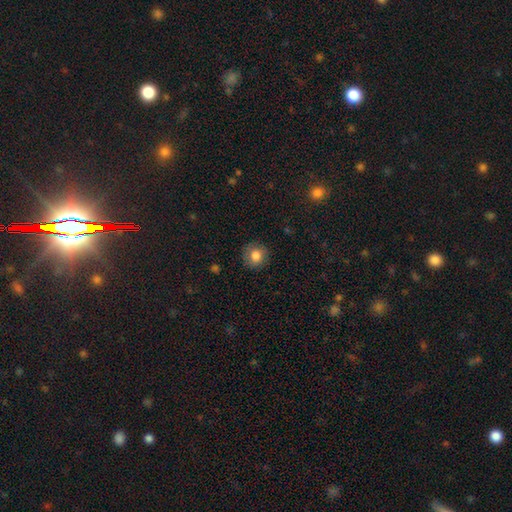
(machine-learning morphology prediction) smooth 82%, star or artifact 9%, featured or disk 8%. Down the decision tree: how rounded — round (88%); merging — none (87%).